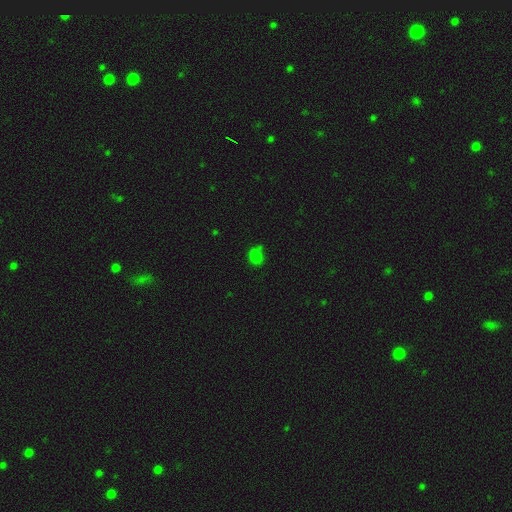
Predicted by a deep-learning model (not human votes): This is likely a smooth galaxy (74%). How rounded: possibly round (50%). Merging: likely none (69%).